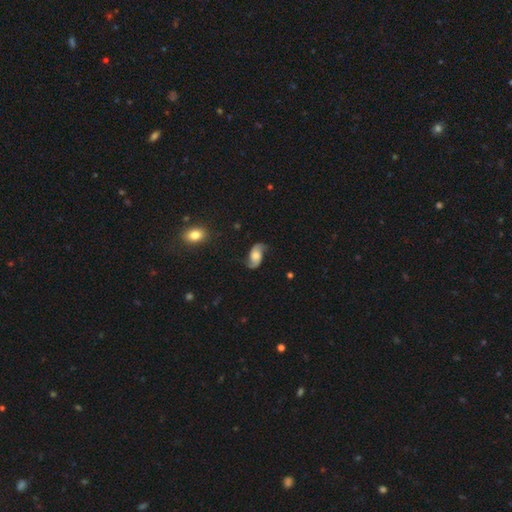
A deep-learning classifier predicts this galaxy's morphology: Smooth or featured?
  - featured or disk: 72% *
  - smooth: 21%
  - star or artifact: 7%
Edge-on disk?
  - no: 96% *
  - yes: 4%
Bar?
  - no: 67% *
  - weak: 27%
  - strong: 7%
Spiral arms?
  - yes: 94% *
  - no: 6%
Spiral winding?
  - loose: 49% *
  - medium: 36%
  - tight: 16%
Spiral arm count?
  - 2: 91% *
  - can't tell: 4%
  - 1: 2%
  - 3: 1%
  - 4: 1%
  - more than 4: 1%
Bulge size?
  - moderate: 53% *
  - small: 28%
  - large: 12%
  - none: 6%
  - dominant: 2%
Merging?
  - none: 72% *
  - minor disturbance: 19%
  - major disturbance: 7%
  - merger: 2%